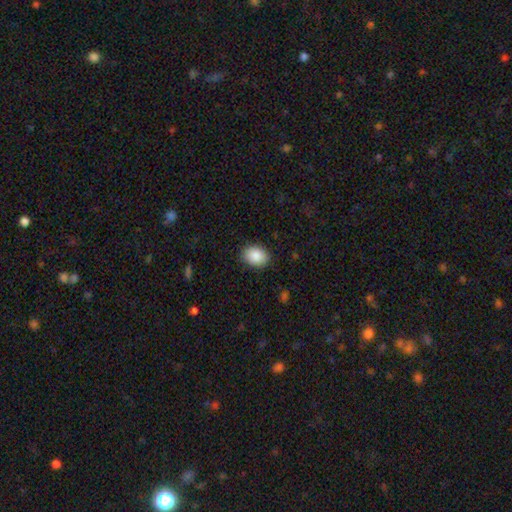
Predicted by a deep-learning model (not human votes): smooth_or_featured: smooth (p=0.88) [alt: star or artifact p=0.07]
how_rounded: in between (p=0.68) [alt: round p=0.31]
merging: none (p=0.87) [alt: minor disturbance p=0.10]